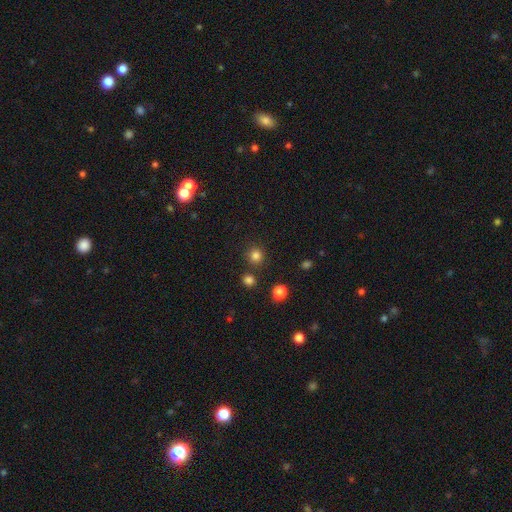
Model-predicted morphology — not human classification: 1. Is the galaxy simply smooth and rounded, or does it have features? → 81% smooth, 15% star or artifact, 4% featured or disk.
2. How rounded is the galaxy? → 93% round, 6% in between, 1% cigar-shaped.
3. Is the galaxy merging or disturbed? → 84% none, 7% minor disturbance, 6% merger, 3% major disturbance.